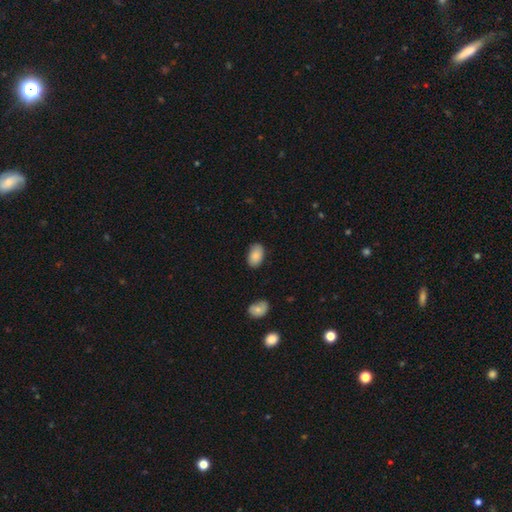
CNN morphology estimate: Smooth or featured? Predicted: smooth (p=0.84). How rounded? Predicted: in between (p=0.92). Merging? Predicted: none (p=0.79).